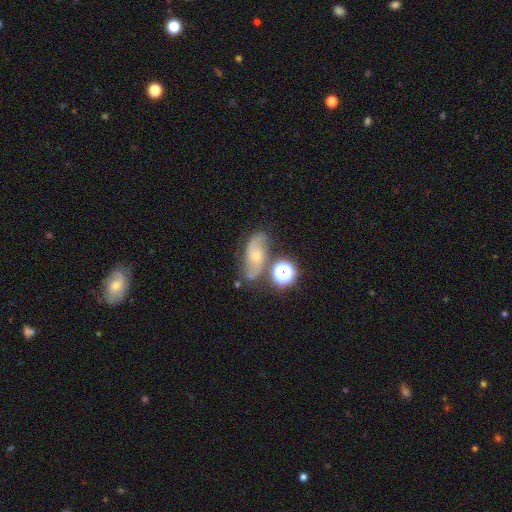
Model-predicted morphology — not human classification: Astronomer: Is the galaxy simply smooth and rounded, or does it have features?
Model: featured or disk — 60%.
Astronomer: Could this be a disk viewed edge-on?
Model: no — 92%.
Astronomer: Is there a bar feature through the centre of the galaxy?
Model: no — 71%.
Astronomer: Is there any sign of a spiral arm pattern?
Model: yes — 84%.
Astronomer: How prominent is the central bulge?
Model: small — 55% (runner-up: moderate, 38%).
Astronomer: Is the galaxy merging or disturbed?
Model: none — 59%.